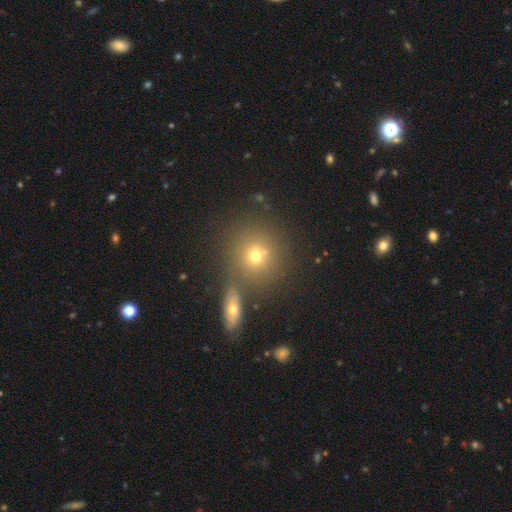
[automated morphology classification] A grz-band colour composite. It shows a smooth galaxy with no disk features (67%) that is round (88%). Merging: none (67%).